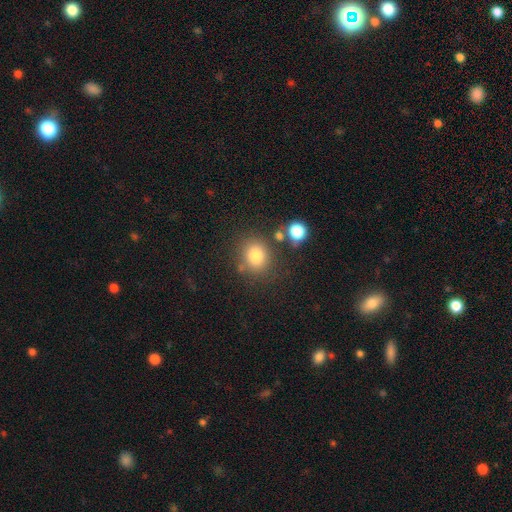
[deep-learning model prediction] This appears to be a smooth galaxy with no disk features (80%) that is round (74%). Merging: none (72%).